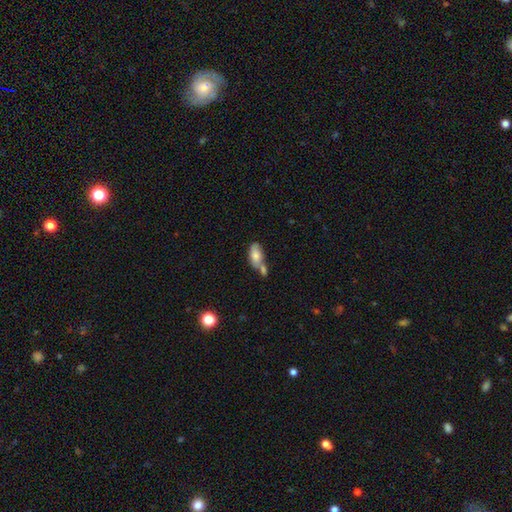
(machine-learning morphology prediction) smooth-or-featured: smooth: 72% | featured or disk: 21% | star or artifact: 8%
  how-rounded: in between: 89% | cigar-shaped: 6% | round: 4%
  merging: merger: 47% | none: 30% | minor disturbance: 16% | major disturbance: 7%